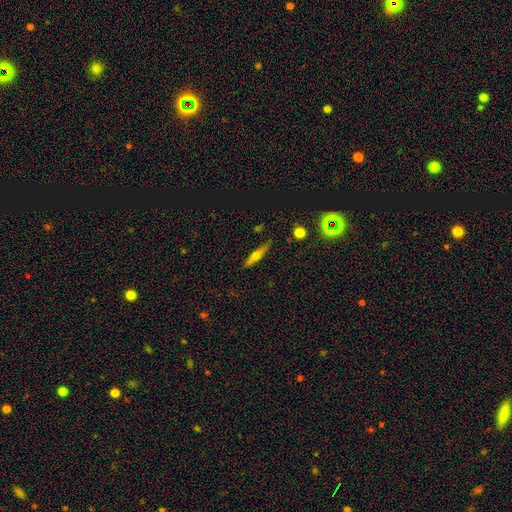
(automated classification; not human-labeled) A featured or disk galaxy (59%) viewed edge-on (96%) with a rounded central bulge (91%). Merging: none (88%).